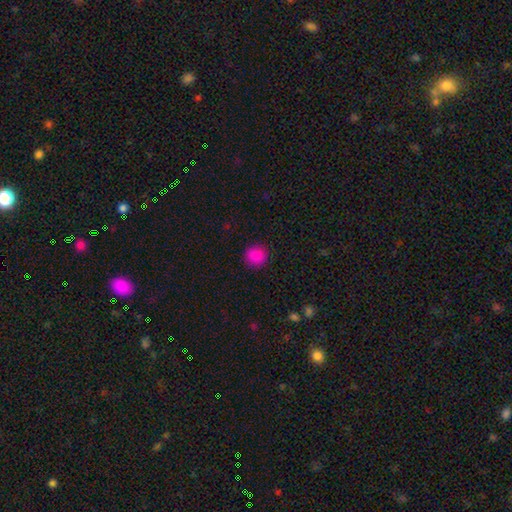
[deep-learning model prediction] smooth 86%, star or artifact 10%, featured or disk 5%. Down the decision tree: how rounded — round (92%); merging — none (92%).